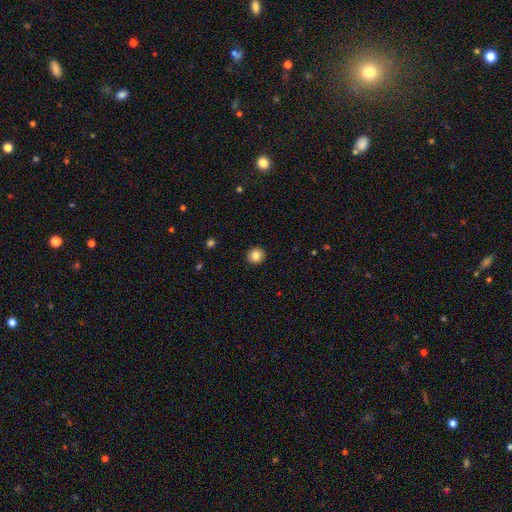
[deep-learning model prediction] The model was most divided on "smooth or featured": smooth: 82%, star or artifact: 9%, featured or disk: 8%. More confident: merging — none (92%); how rounded — round (91%).